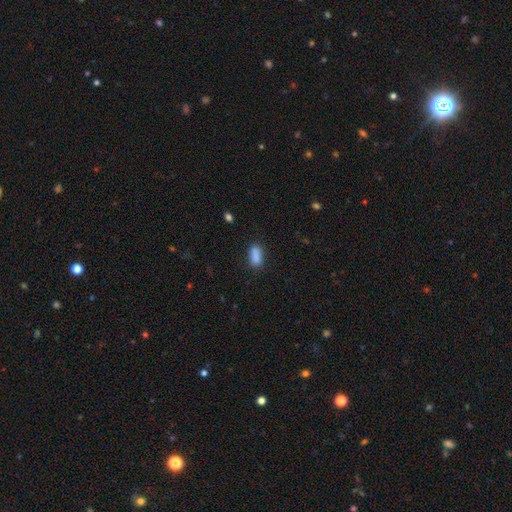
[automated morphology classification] Smooth or featured?
  - smooth: 85% *
  - star or artifact: 9%
  - featured or disk: 6%
How rounded?
  - in between: 80% *
  - cigar-shaped: 16%
  - round: 4%
Merging?
  - none: 72% *
  - minor disturbance: 17%
  - merger: 6%
  - major disturbance: 5%